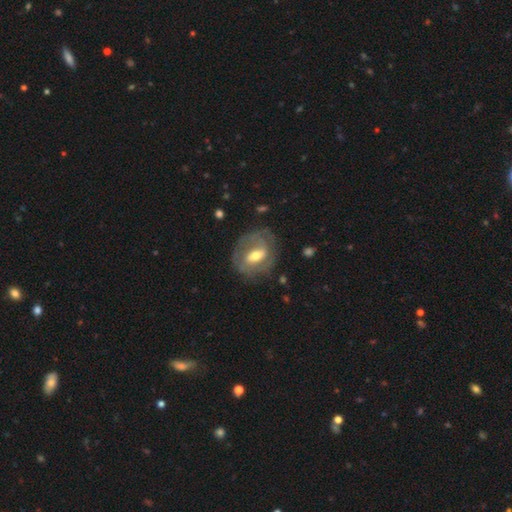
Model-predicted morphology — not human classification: This is likely a featured or disk galaxy (68%). It is clearly not viewed edge-on (94%). Bar: marginally weak (44%). Spiral arm pattern: likely yes (69%). Central bulge: likely moderate (67%). Merging: likely none (68%).